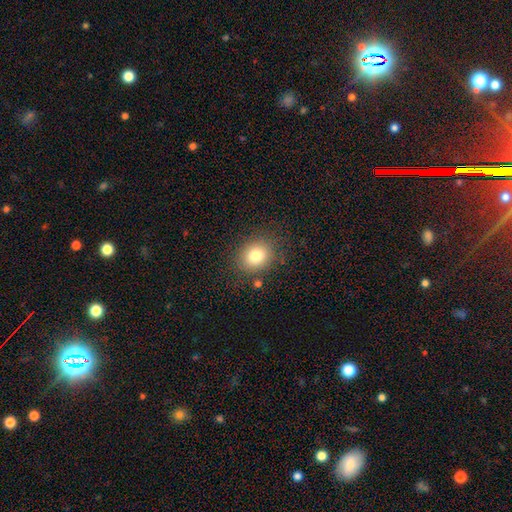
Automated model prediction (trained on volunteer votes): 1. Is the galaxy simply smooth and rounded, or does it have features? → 80% smooth, 11% star or artifact, 8% featured or disk.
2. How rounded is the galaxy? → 64% round, 36% in between, 1% cigar-shaped.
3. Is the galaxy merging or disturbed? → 84% none, 10% minor disturbance, 4% major disturbance, 2% merger.